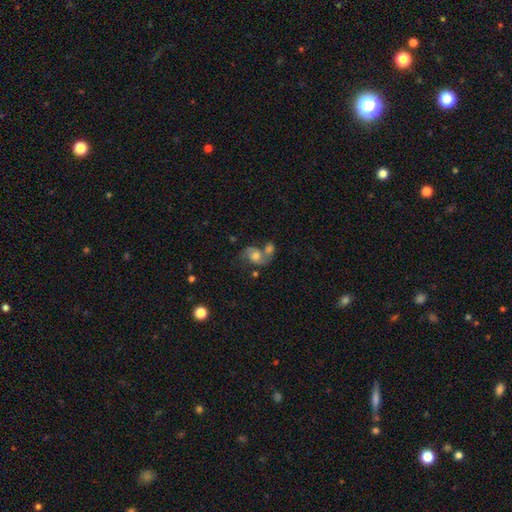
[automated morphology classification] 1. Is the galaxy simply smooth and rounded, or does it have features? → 51% featured or disk, 39% smooth, 10% star or artifact.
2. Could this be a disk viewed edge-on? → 97% no, 3% yes.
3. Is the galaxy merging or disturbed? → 49% merger, 30% none, 12% minor disturbance, 9% major disturbance.